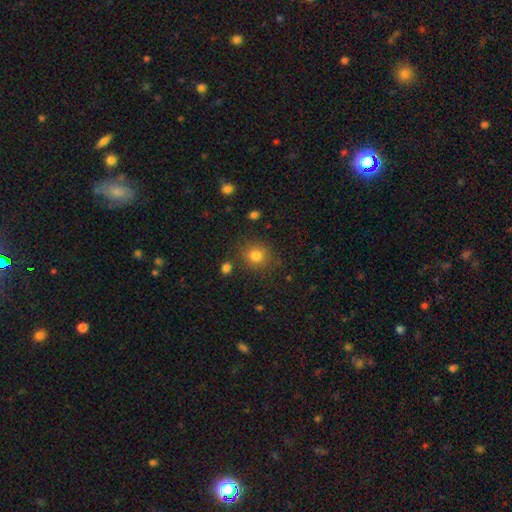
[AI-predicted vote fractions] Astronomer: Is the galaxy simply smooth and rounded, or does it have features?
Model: smooth — 81%.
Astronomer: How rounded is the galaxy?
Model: round — 83%.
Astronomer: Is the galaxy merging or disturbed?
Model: none — 82%.